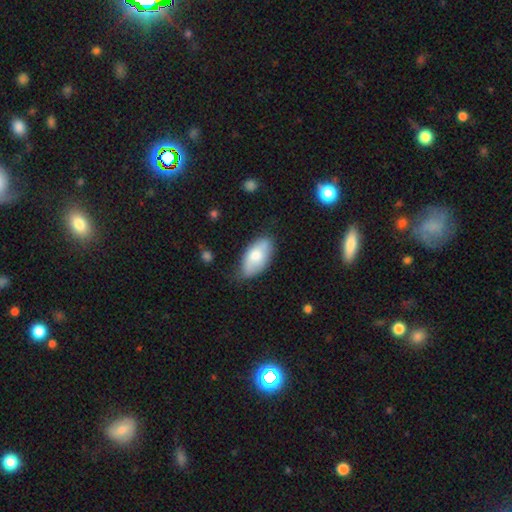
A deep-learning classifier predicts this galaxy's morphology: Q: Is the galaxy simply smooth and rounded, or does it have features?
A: smooth — 69%.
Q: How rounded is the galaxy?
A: in between — 93%.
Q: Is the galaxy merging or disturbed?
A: none — 68%.